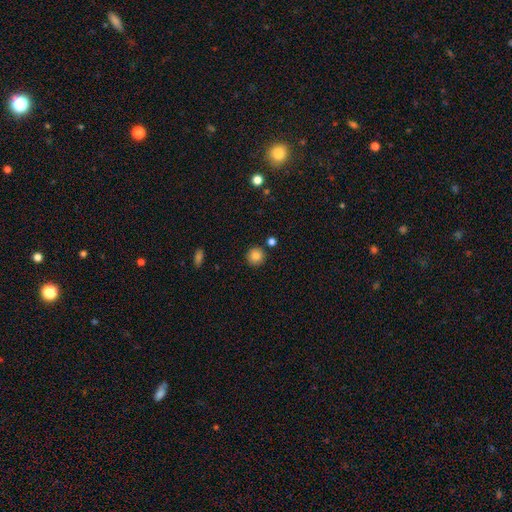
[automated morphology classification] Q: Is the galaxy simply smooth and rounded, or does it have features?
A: smooth — 83%.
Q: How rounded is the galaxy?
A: round — 94%.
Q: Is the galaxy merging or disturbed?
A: none — 88%.